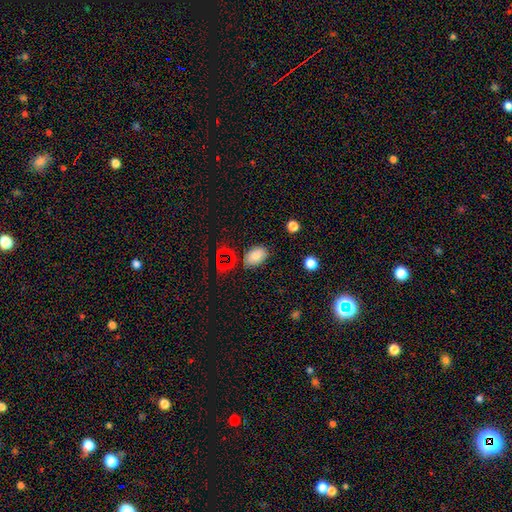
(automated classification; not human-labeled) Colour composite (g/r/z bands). It shows a smooth galaxy with no disk features (78%) that is in between round and cigar-shaped (88%). Merging: none (78%).